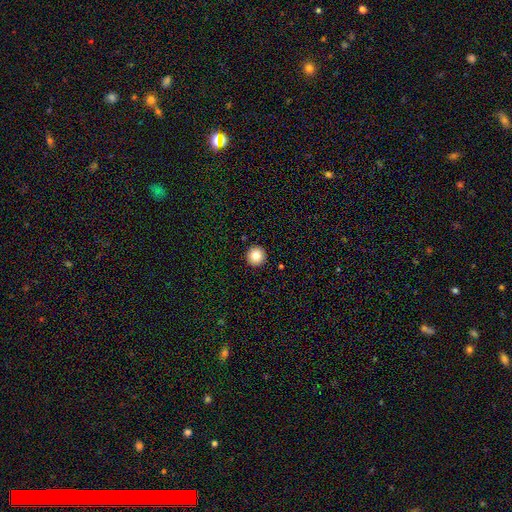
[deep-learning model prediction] This is clearly a smooth galaxy (82%). How rounded: clearly round (96%). Merging: clearly none (93%).